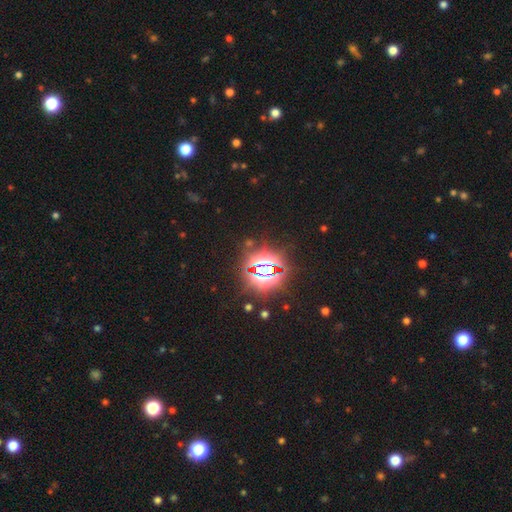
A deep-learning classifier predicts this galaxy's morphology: smooth_or_featured: star or artifact (p=0.85) [alt: smooth p=0.09]